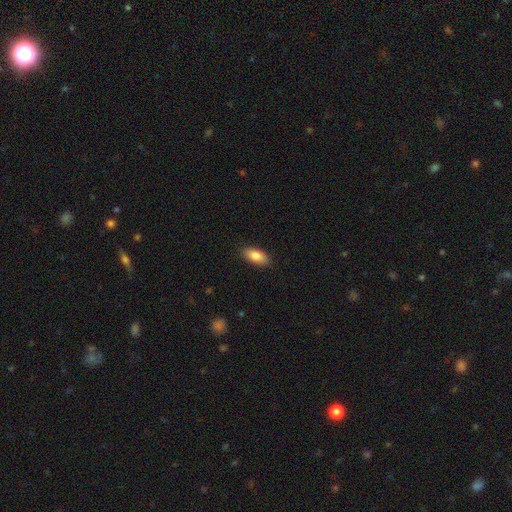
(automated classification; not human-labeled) Overall: smooth (84%). How rounded: in between (88%). Merging: none (88%).